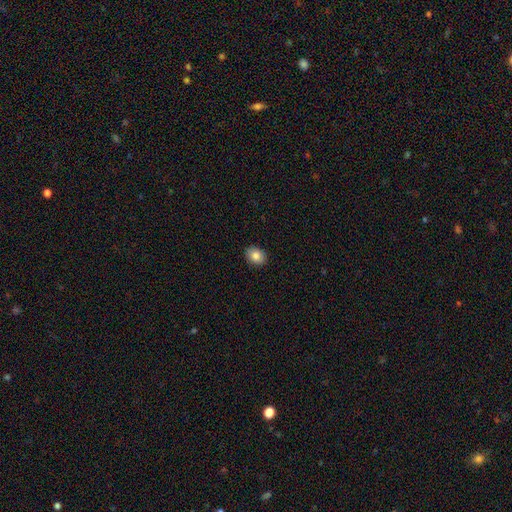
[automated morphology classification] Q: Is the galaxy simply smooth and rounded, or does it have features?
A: smooth — 85%.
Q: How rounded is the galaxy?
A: in between — 61%.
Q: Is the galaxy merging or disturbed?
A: none — 90%.